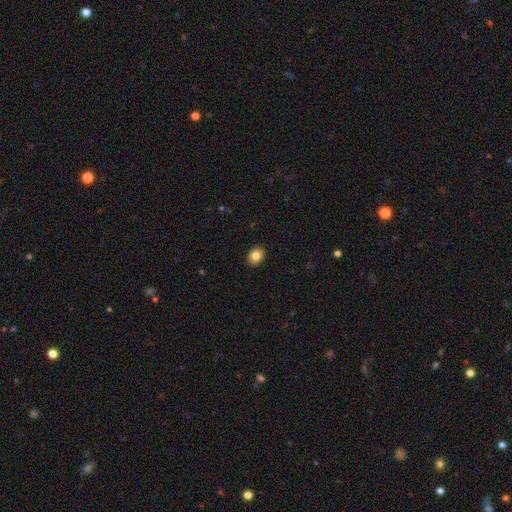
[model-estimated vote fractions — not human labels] The model was most divided on "how rounded": round: 53%, in between: 46%, cigar-shaped: 1%. More confident: merging — none (91%); smooth or featured — smooth (83%).